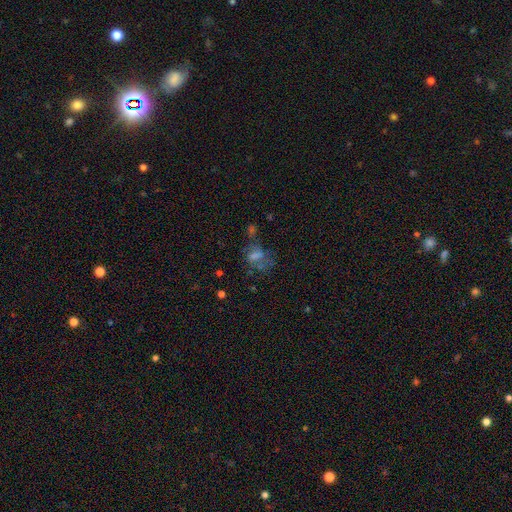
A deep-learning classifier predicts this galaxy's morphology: featured or disk 38%, smooth 33%, star or artifact 29%. Down the decision tree: merging — none (41%).